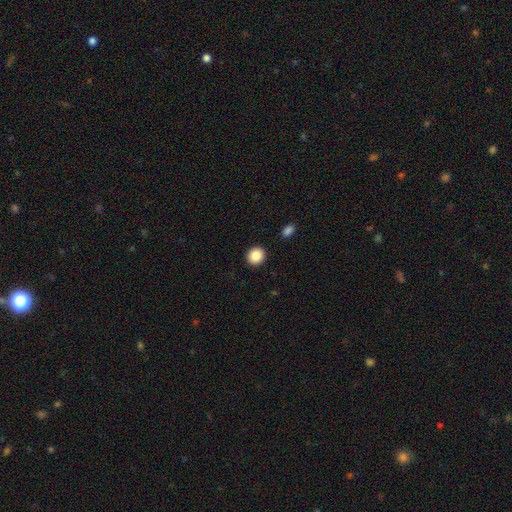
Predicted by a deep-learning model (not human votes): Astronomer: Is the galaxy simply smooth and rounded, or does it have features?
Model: smooth — 87%.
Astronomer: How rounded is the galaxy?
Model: round — 88%.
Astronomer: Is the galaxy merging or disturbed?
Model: none — 92%.